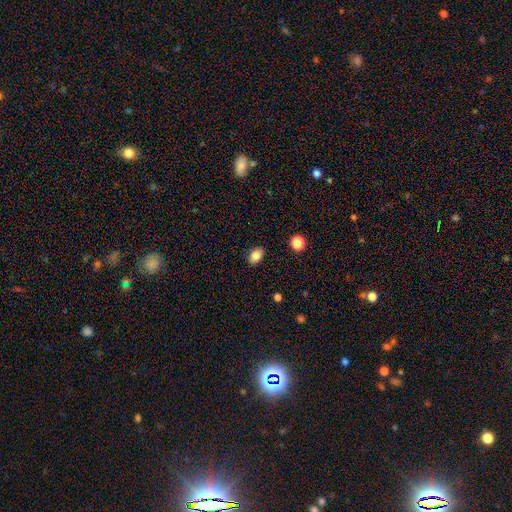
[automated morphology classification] Overall: smooth (84%). How rounded: in between (79%). Merging: none (85%).